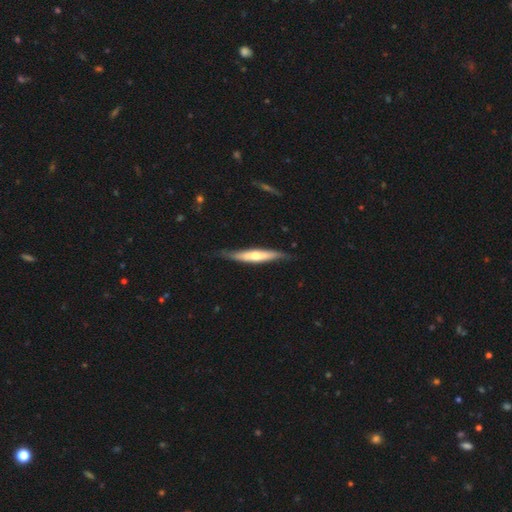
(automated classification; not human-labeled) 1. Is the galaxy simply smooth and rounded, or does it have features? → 51% featured or disk, 44% smooth, 5% star or artifact.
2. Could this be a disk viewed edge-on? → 86% yes, 14% no.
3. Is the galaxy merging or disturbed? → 78% none, 18% minor disturbance, 3% major disturbance, 1% merger.